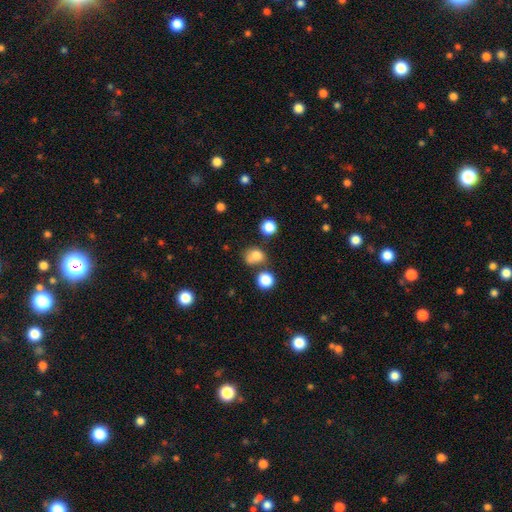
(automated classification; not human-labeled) Q: Smooth or featured?
A: smooth (79%); runner-up: star or artifact (15%)
Q: How rounded?
A: round (71%); runner-up: in between (28%)
Q: Merging?
A: none (58%); runner-up: merger (19%)